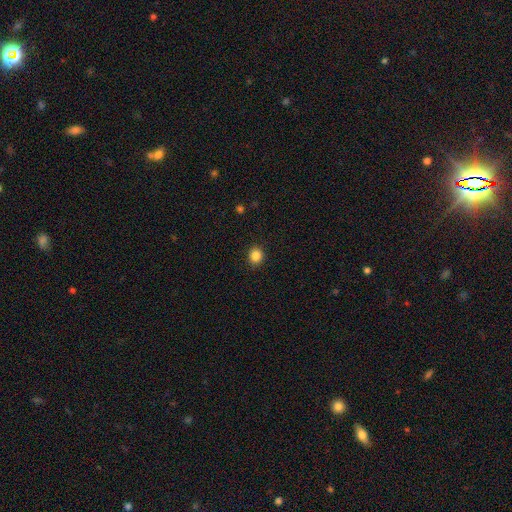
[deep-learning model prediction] Smooth or featured? smooth (85%)
How rounded? round (83%)
Merging? none (91%)